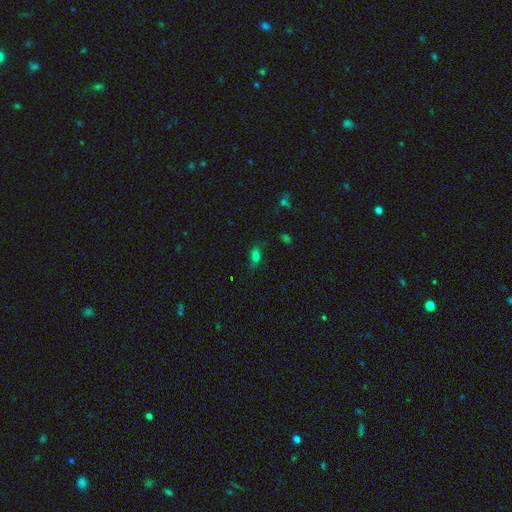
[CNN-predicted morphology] smooth 69%, star or artifact 19%, featured or disk 12%. Down the decision tree: how rounded — in between (82%); merging — none (73%).